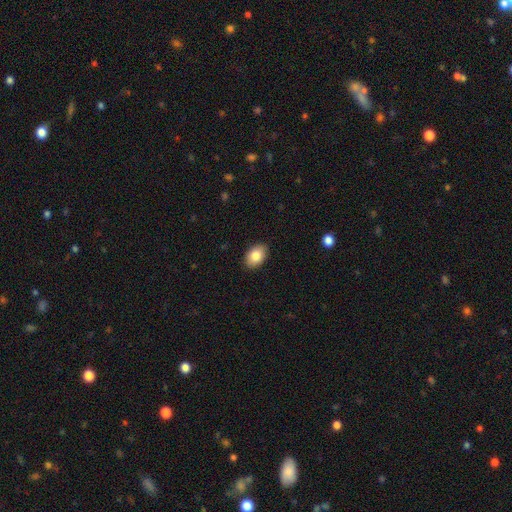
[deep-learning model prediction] This is clearly a smooth galaxy (84%). How rounded: clearly in between (86%). Merging: clearly none (89%).